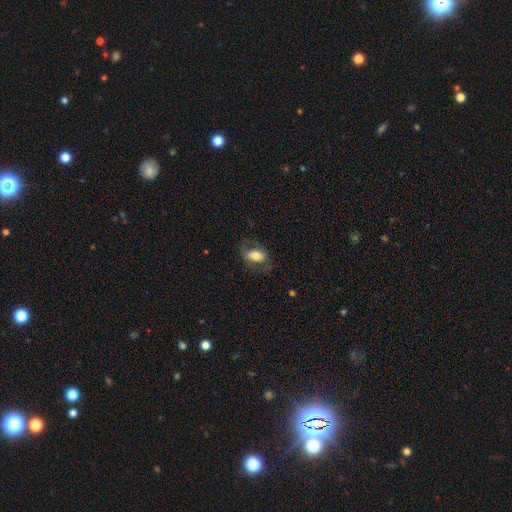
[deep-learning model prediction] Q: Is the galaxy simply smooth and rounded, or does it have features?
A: smooth — 66%.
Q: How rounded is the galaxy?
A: in between — 88%.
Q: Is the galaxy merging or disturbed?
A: none — 69%.